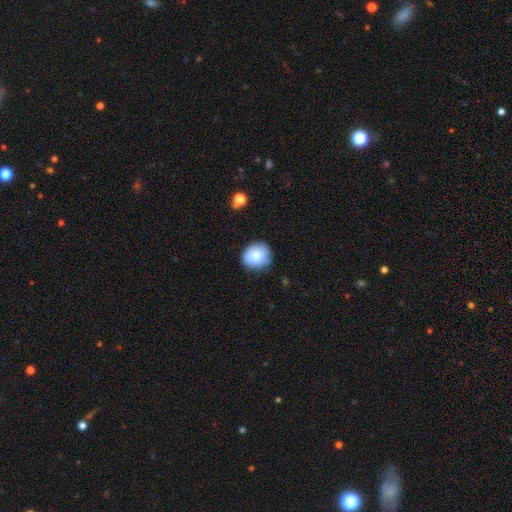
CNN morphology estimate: smooth 83%, featured or disk 10%, star or artifact 7%. Down the decision tree: how rounded — round (84%); merging — none (82%).